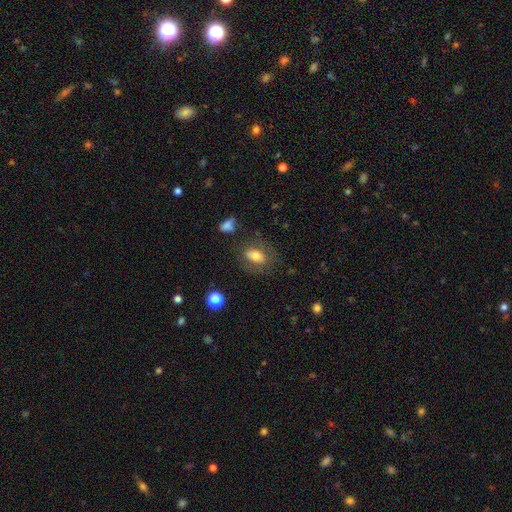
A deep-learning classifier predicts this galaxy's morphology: Q: Smooth or featured?
A: smooth (64%); runner-up: featured or disk (27%)
Q: How rounded?
A: in between (80%); runner-up: round (18%)
Q: Merging?
A: none (66%); runner-up: minor disturbance (17%)